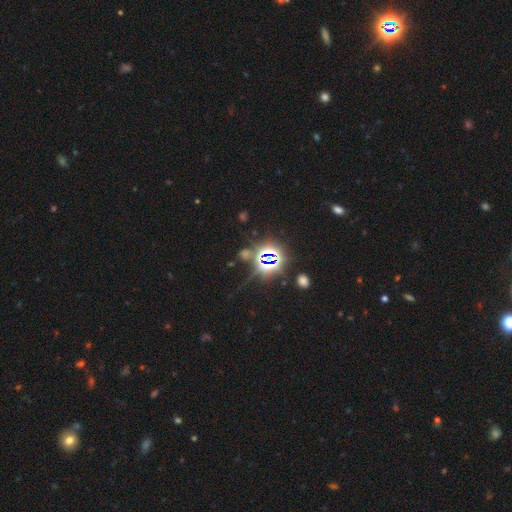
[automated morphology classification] Smooth or featured? Predicted: star or artifact (p=0.78).